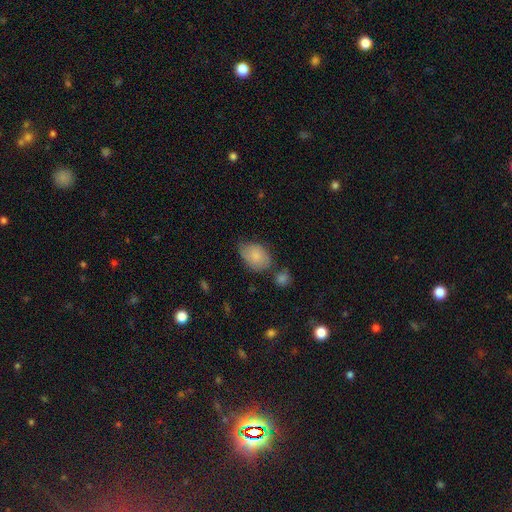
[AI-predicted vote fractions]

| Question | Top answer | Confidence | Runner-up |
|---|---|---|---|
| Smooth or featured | smooth | 79% | featured or disk (14%) |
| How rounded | in between | 82% | round (17%) |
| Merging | none | 48% | minor disturbance (34%) |